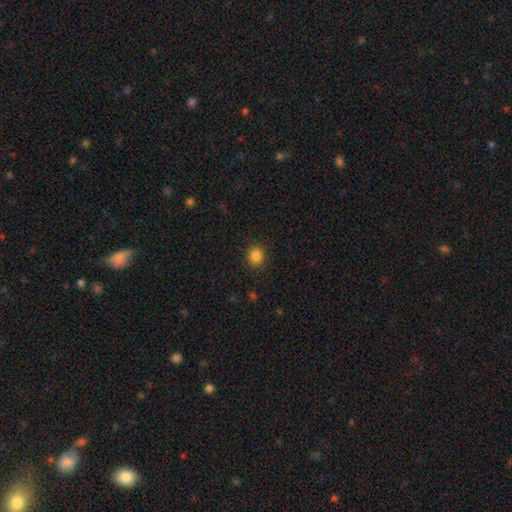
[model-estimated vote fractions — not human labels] smooth 85%, star or artifact 11%, featured or disk 3%. Down the decision tree: how rounded — round (79%); merging — none (90%).